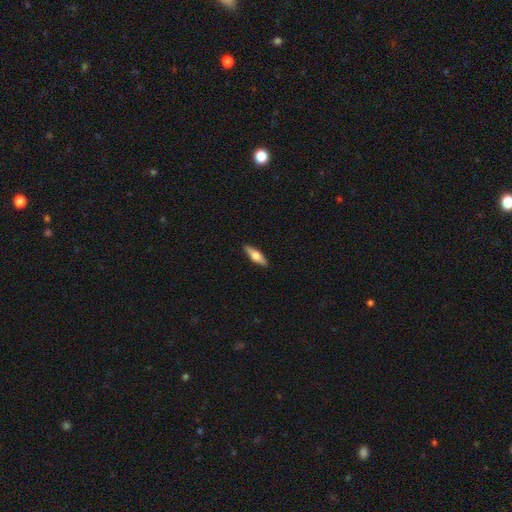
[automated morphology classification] The model was most divided on "how rounded": cigar-shaped: 53%, in between: 45%, round: 2%. More confident: merging — none (90%); smooth or featured — smooth (58%).